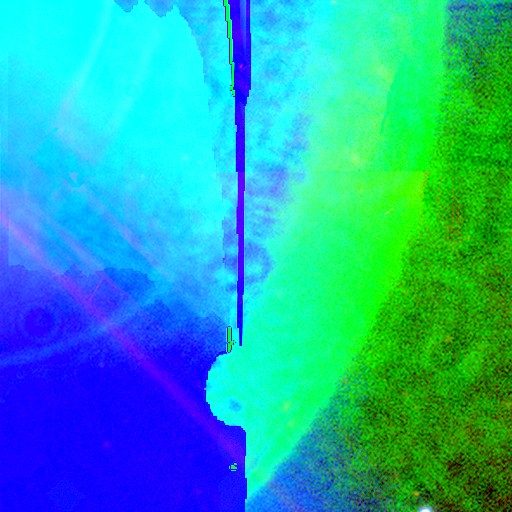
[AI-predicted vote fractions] smooth-or-featured: star or artifact: 84% | featured or disk: 10% | smooth: 7%